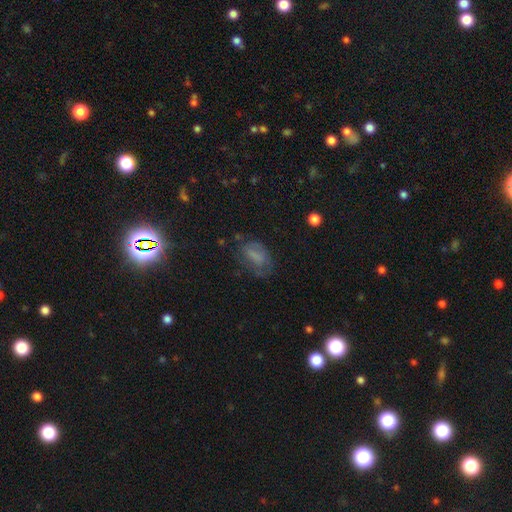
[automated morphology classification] This is possibly a smooth galaxy (57%). How rounded: clearly in between (84%). Merging: possibly none (52%).